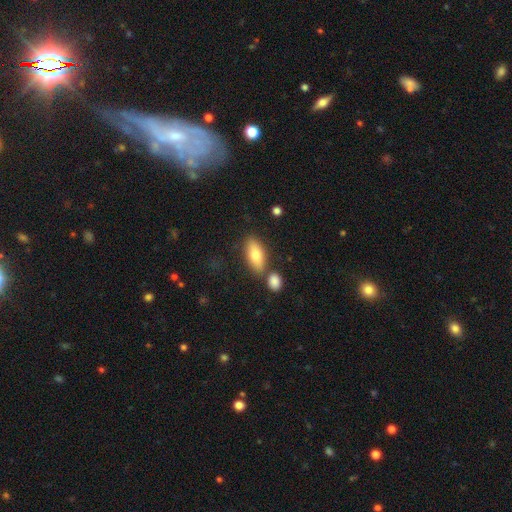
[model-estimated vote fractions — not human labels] The model was most divided on "merging": none: 68%, merger: 15%, minor disturbance: 13%, major disturbance: 4%. More confident: how rounded — in between (84%); smooth or featured — smooth (77%).